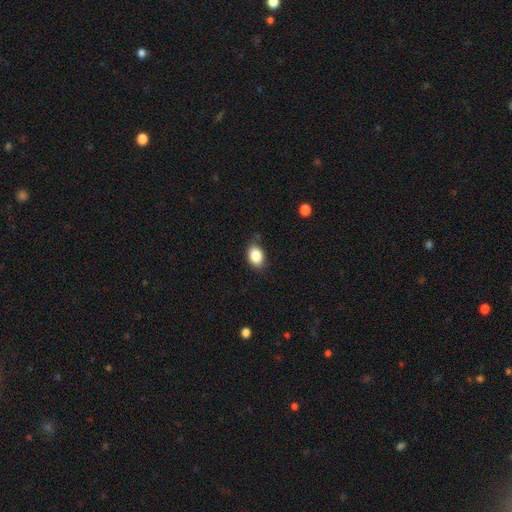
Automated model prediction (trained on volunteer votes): Overall: smooth (86%). How rounded: in between (80%). Merging: none (78%).